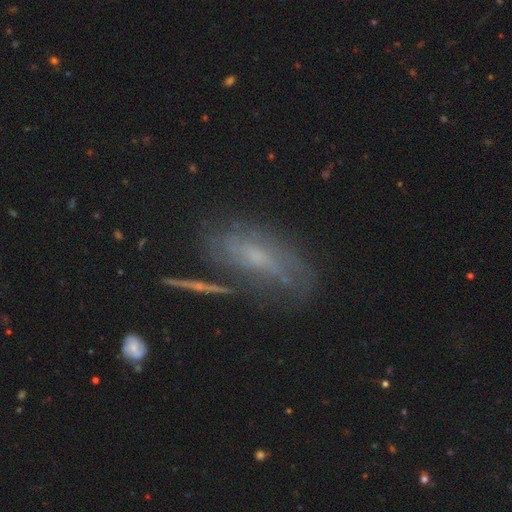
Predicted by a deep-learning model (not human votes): featured or disk 61%, smooth 27%, star or artifact 11%. Down the decision tree: edge-on disk — no (81%); merging — none (61%).